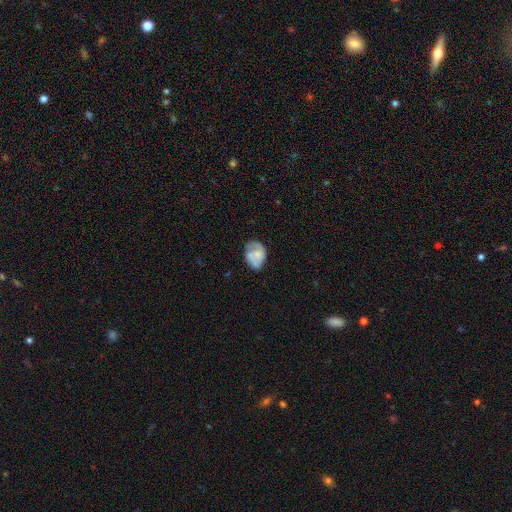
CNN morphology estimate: A featured or disk galaxy (46%, tied with smooth). Merging: none (45%).